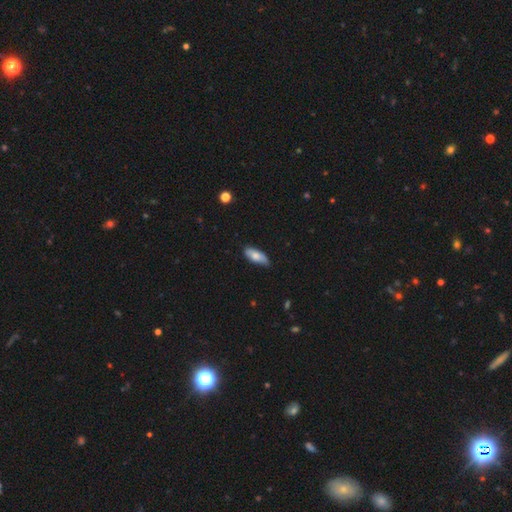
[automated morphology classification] A smooth galaxy with no disk features (75%) that is in between round and cigar-shaped (78%). Merging: none (73%).